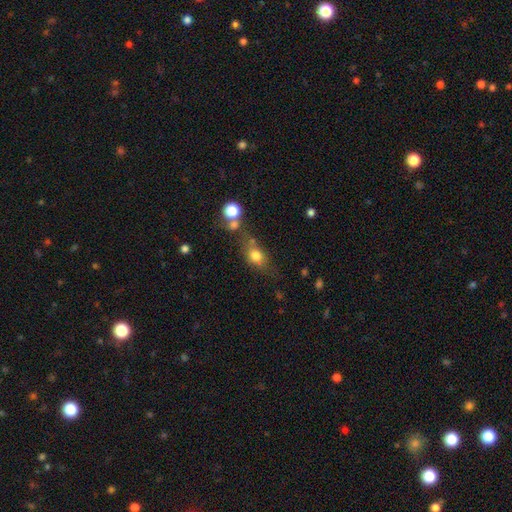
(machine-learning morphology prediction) type=smooth (73%); roundness=in between (56%); merging=none (50%).